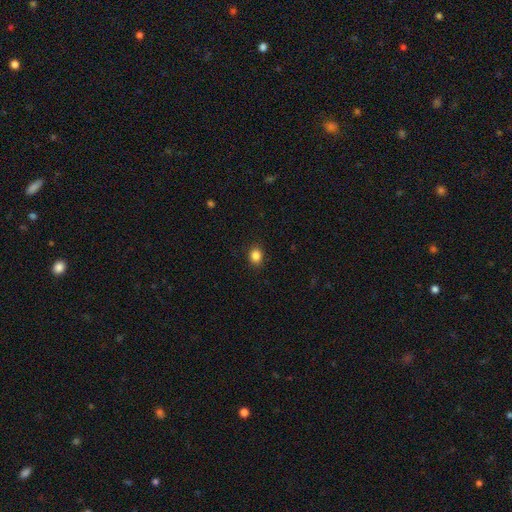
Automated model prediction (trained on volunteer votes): smooth 85%, star or artifact 11%, featured or disk 4%. Down the decision tree: how rounded — round (59%); merging — none (89%).